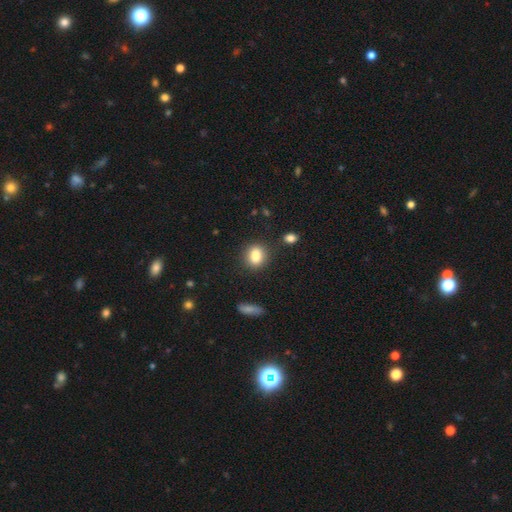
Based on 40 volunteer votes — A smooth galaxy with no disk features (75%) that is round (63%). Merging: none (72%).